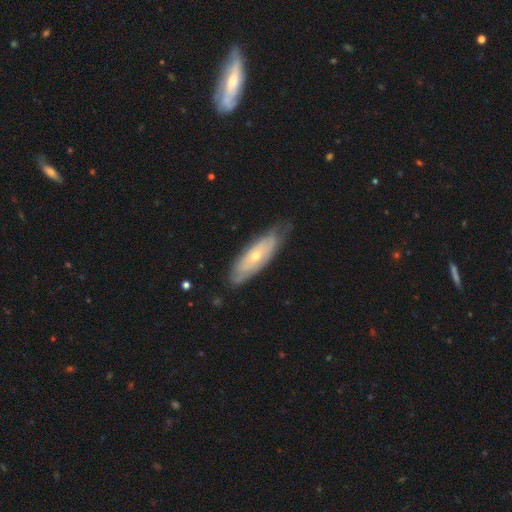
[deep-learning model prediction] featured or disk 59%, smooth 36%, star or artifact 6%. Down the decision tree: edge-on disk — no (73%); merging — none (67%).